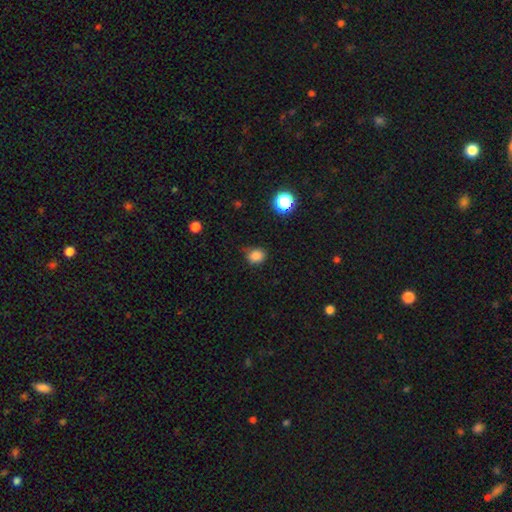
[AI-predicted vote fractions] The model was most divided on "how rounded": round: 67%, in between: 32%, cigar-shaped: 1%. More confident: smooth or featured — smooth (83%); merging — none (69%).